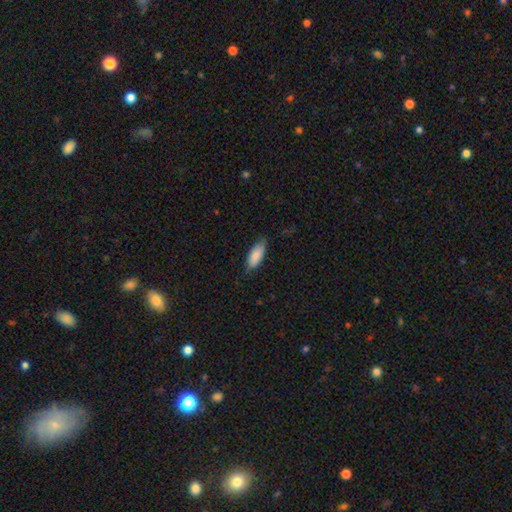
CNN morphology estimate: The model was most divided on "merging": none: 72%, minor disturbance: 23%, major disturbance: 4%, merger: 1%. More confident: smooth or featured — smooth (85%); how rounded — in between (79%).